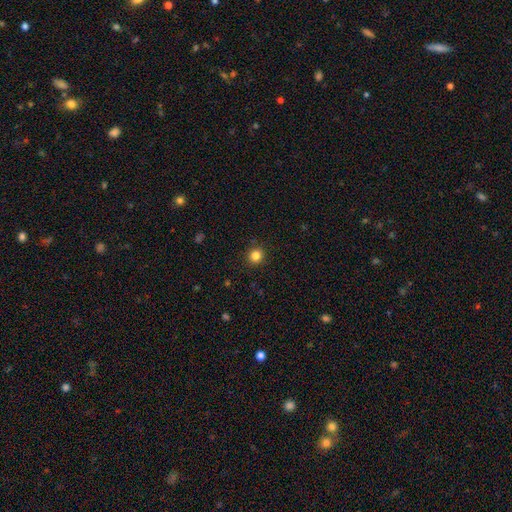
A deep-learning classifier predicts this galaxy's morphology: Smooth or featured: smooth — 84% (star or artifact — 12%)
How rounded: round — 92% (in between — 7%)
Merging: none — 91% (minor disturbance — 6%)